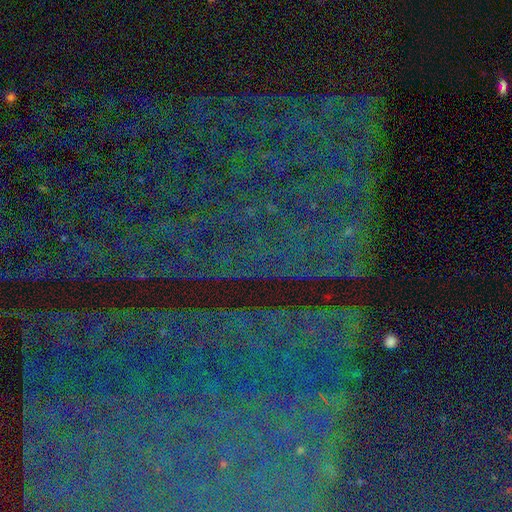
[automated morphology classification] Smooth or featured?
  - star or artifact: 84% *
  - featured or disk: 8%
  - smooth: 8%